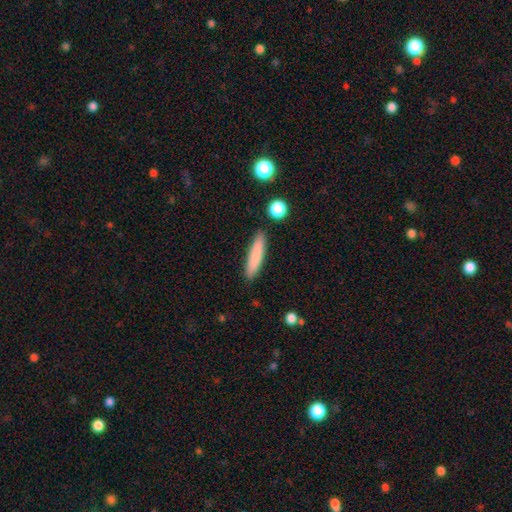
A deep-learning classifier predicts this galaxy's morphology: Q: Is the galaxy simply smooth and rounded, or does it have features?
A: smooth — 82%.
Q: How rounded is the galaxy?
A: cigar-shaped — 87%.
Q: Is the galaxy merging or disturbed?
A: none — 89%.